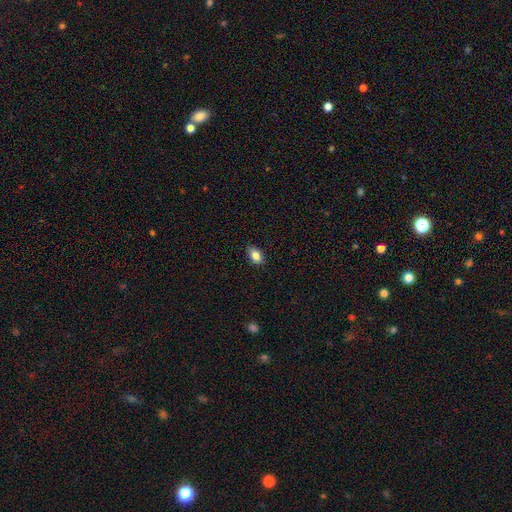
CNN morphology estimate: smooth 85%, star or artifact 8%, featured or disk 7%. Down the decision tree: how rounded — in between (86%); merging — none (82%).